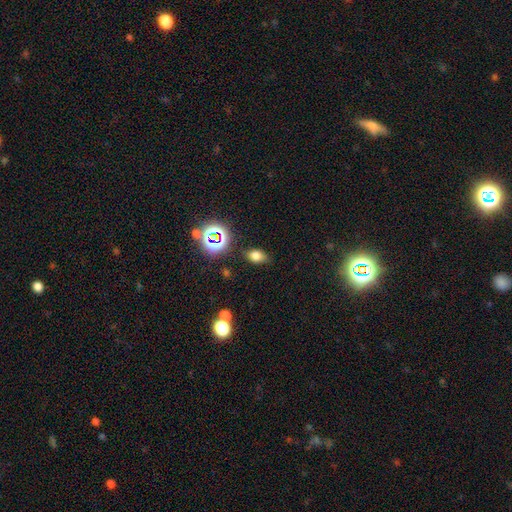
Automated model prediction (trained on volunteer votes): smooth 72%, star or artifact 20%, featured or disk 9%. Down the decision tree: how rounded — in between (81%); merging — none (80%).